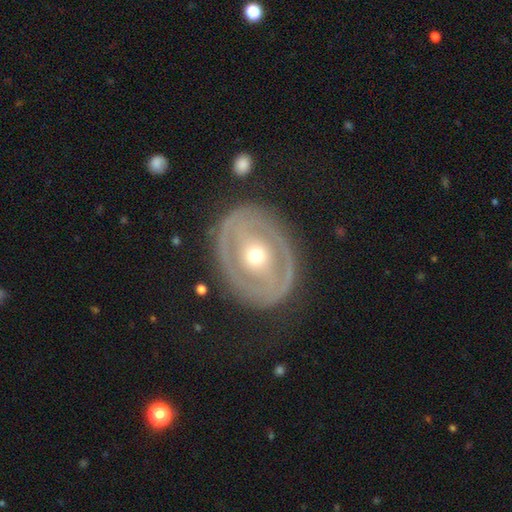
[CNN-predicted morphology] Q: Smooth or featured?
A: featured or disk (77%); runner-up: smooth (18%)
Q: Edge-on disk?
A: no (95%); runner-up: yes (5%)
Q: Bar?
A: no (63%); runner-up: weak (22%)
Q: Spiral arms?
A: yes (50%); tied with: no (50%)
Q: Bulge size?
A: moderate (59%); runner-up: small (36%)
Q: Merging?
A: none (79%); runner-up: minor disturbance (13%)